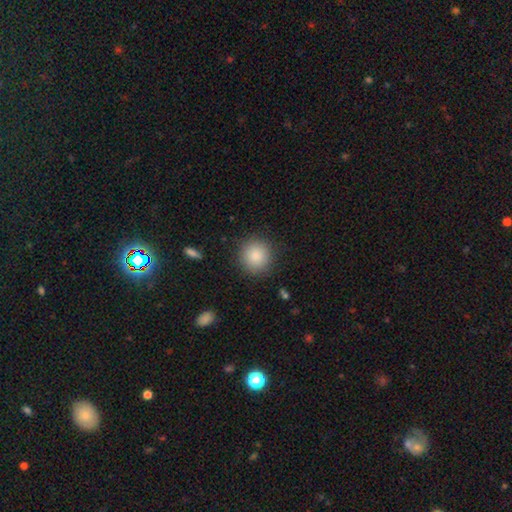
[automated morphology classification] This appears to be a smooth galaxy with no disk features (87%) that is round (93%). Merging: none (89%).